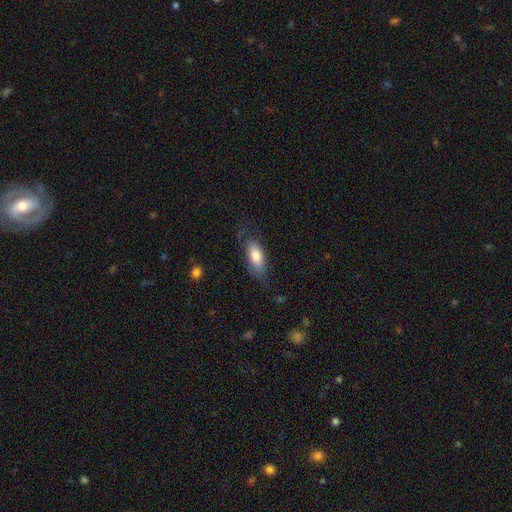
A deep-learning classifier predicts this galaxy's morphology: Smooth or featured?
  - smooth: 78% *
  - featured or disk: 16%
  - star or artifact: 6%
How rounded?
  - in between: 79% *
  - cigar-shaped: 18%
  - round: 3%
Merging?
  - none: 66% *
  - minor disturbance: 23%
  - major disturbance: 9%
  - merger: 2%